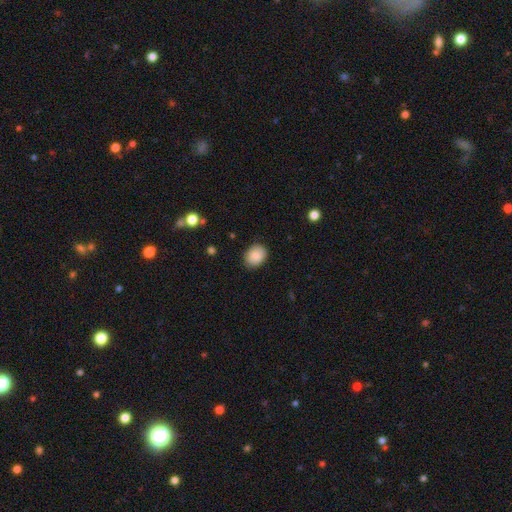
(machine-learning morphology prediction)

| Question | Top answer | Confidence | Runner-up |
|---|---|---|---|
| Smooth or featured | smooth | 86% | star or artifact (8%) |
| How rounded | in between | 57% | round (42%) |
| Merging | none | 86% | minor disturbance (11%) |